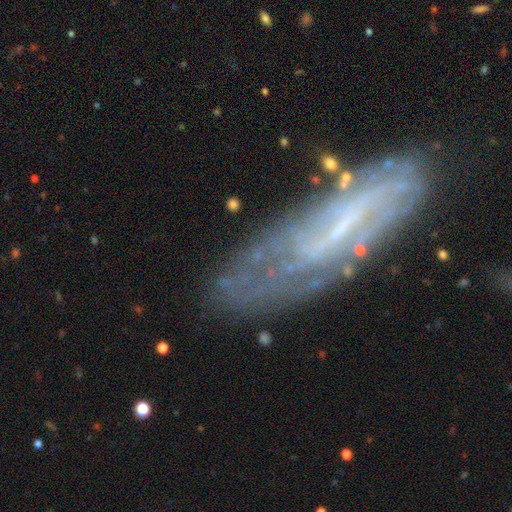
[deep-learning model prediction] Smooth or featured? Predicted: featured or disk (p=0.72). Edge-on disk? Predicted: no (p=0.76). Bar? Predicted: weak (p=0.40). Spiral arms? Predicted: yes (p=0.70). Bulge size? Predicted: small (p=0.50). Merging? Predicted: none (p=0.66).